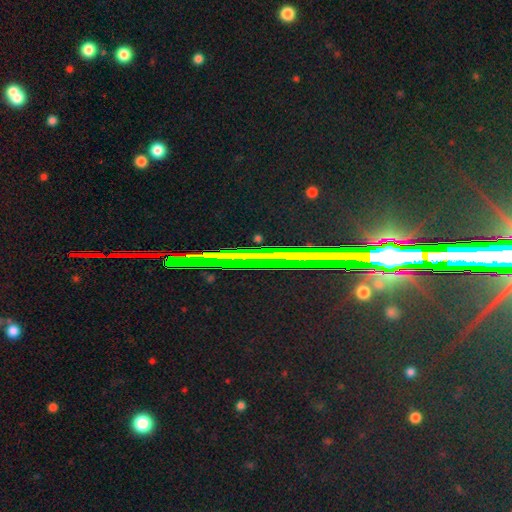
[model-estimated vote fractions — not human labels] Q: Smooth or featured?
A: star or artifact (78%); runner-up: featured or disk (12%)